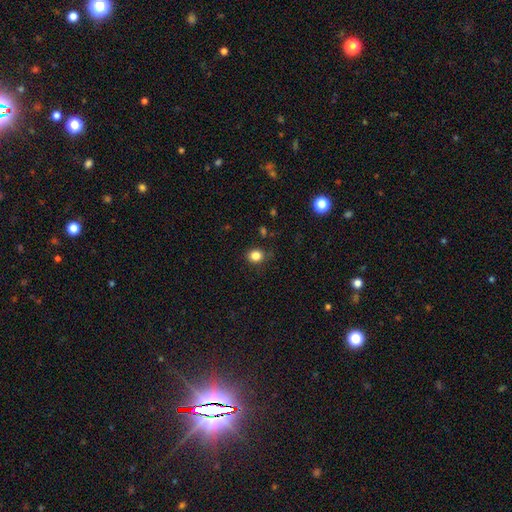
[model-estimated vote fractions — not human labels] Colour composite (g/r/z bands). It shows a smooth galaxy with no disk features (84%) that is round (77%). Merging: none (85%).